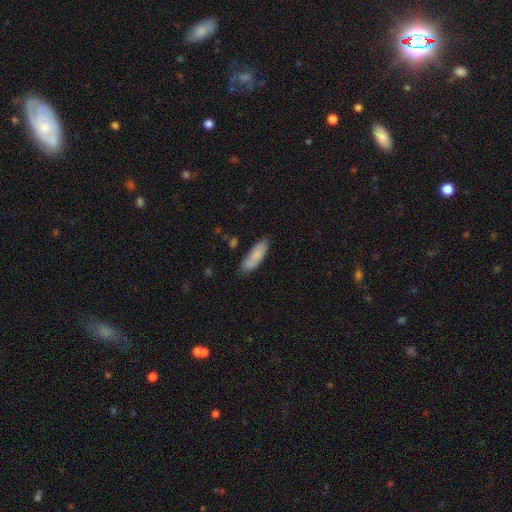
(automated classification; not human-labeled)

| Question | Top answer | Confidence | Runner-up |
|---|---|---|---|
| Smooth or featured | smooth | 83% | featured or disk (11%) |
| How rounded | in between | 53% | cigar-shaped (46%) |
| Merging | none | 80% | minor disturbance (15%) |